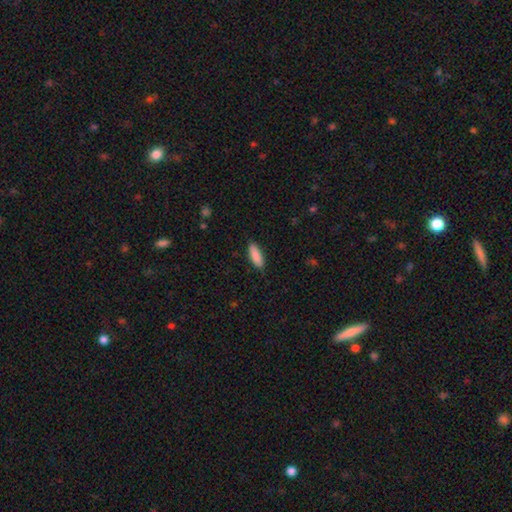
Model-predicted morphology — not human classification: Smooth or featured? Predicted: smooth (p=0.89). How rounded? Predicted: in between (p=0.62). Merging? Predicted: none (p=0.86).